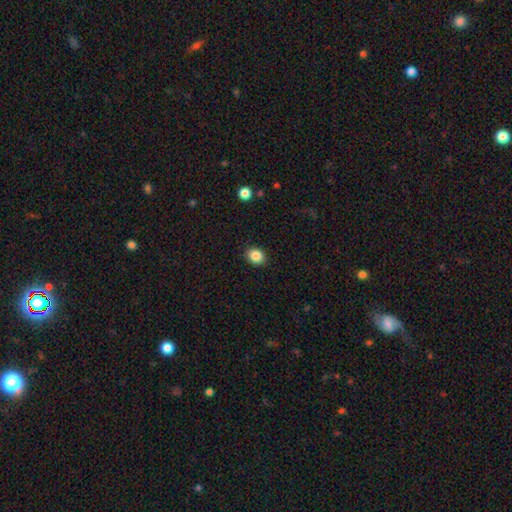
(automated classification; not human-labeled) Smooth or featured?
  - smooth: 86% *
  - star or artifact: 9%
  - featured or disk: 4%
How rounded?
  - round: 50% *
  - in between: 49%
  - cigar-shaped: 1%
Merging?
  - none: 89% *
  - minor disturbance: 8%
  - major disturbance: 2%
  - merger: 1%